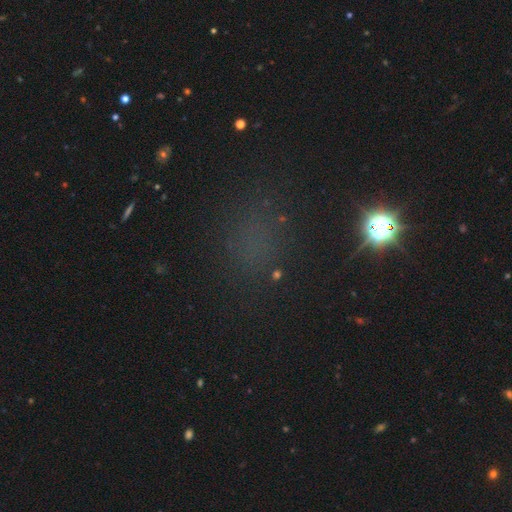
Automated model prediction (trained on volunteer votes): This is possibly a smooth galaxy (47%). Merging: likely none (78%).